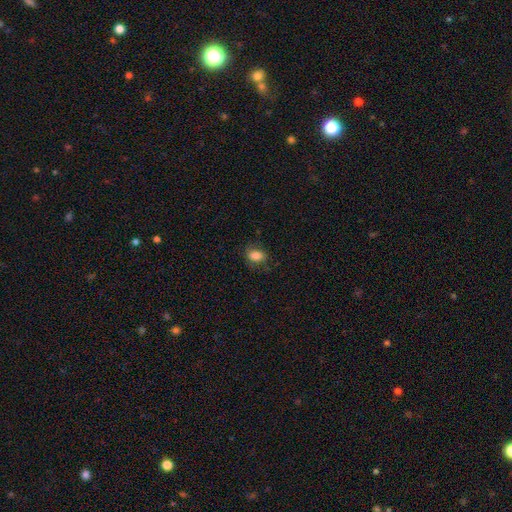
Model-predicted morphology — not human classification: This appears to be a smooth galaxy with no disk features (83%) that is in between round and cigar-shaped (73%). Merging: none (75%).